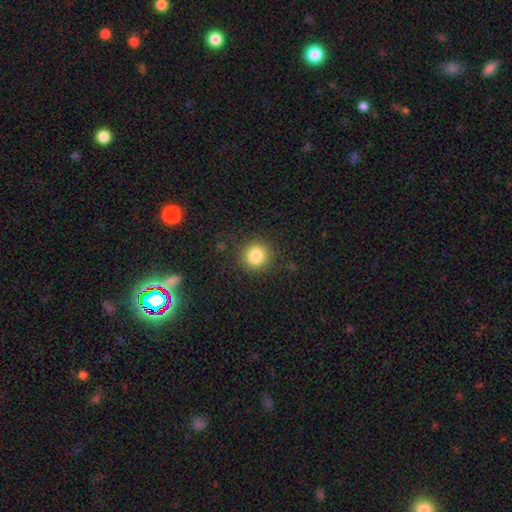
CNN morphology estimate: The model was most divided on "smooth or featured": smooth: 84%, star or artifact: 11%, featured or disk: 5%. More confident: how rounded — round (94%); merging — none (89%).